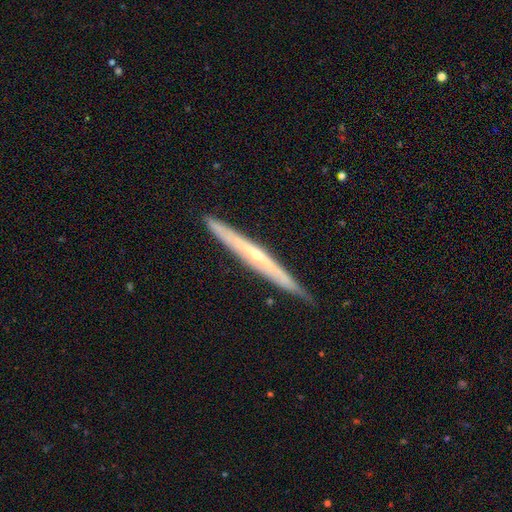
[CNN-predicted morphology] Smooth or featured: featured or disk — 74% (smooth — 20%)
Edge-on disk: yes — 94% (no — 6%)
Edge-on bulge: rounded — 63% (none — 34%)
Merging: none — 87% (minor disturbance — 10%)